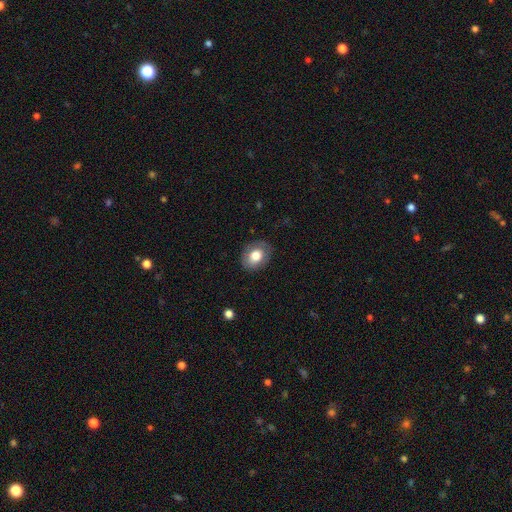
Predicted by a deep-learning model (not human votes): A smooth galaxy with no disk features (74%) that is in between round and cigar-shaped (59%). Merging: none (82%).